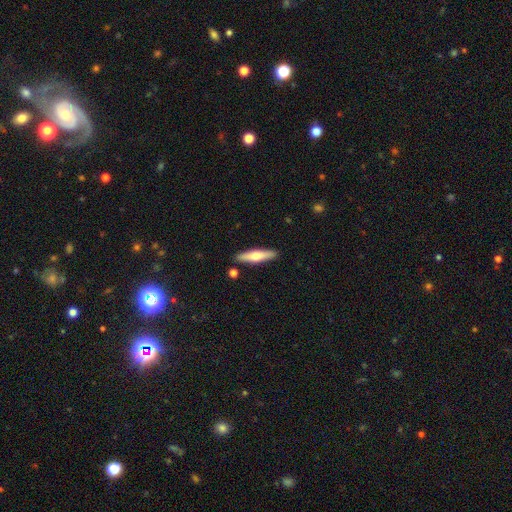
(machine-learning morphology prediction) type=featured or disk (48%); merging=none (88%).